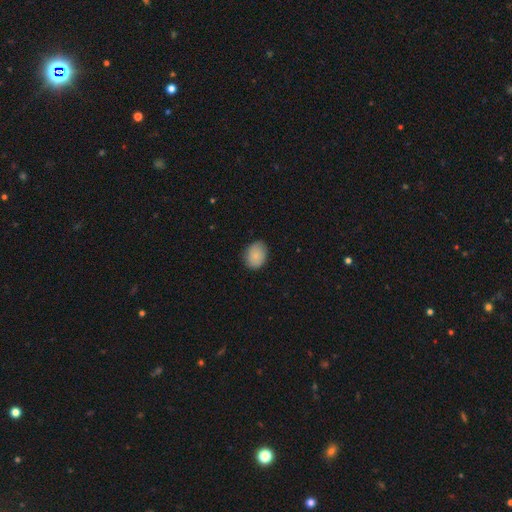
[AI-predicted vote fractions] A smooth galaxy with no disk features (84%) that is in between round and cigar-shaped (65%).

Vote fractions:
- Smooth or featured? smooth: 84% / featured or disk: 8% / star or artifact: 8%
- How rounded? in between: 65% / round: 34% / cigar-shaped: 1%
- Merging? none: 85% / minor disturbance: 12% / major disturbance: 2% / merger: 1%